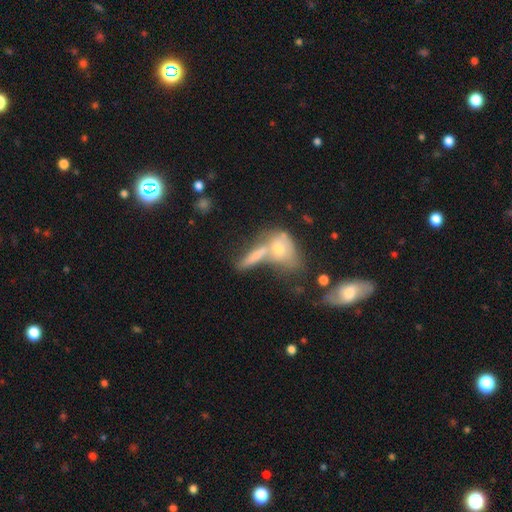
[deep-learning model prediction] Smooth or featured? Predicted: smooth (p=0.63). How rounded? Predicted: cigar-shaped (p=0.49). Merging? Predicted: merger (p=0.48).